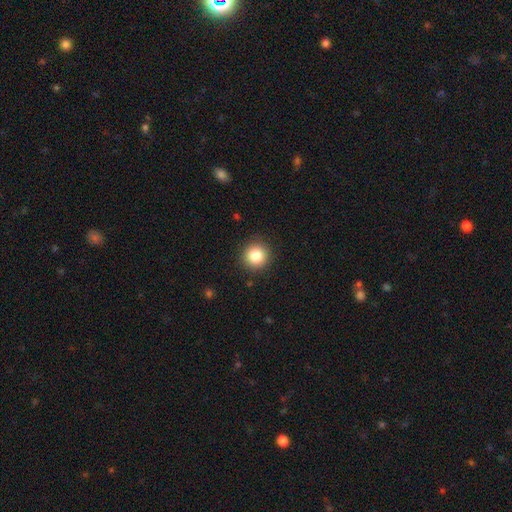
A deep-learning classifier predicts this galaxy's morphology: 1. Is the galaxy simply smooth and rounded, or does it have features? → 84% smooth, 10% star or artifact, 6% featured or disk.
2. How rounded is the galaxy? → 94% round, 5% in between, 1% cigar-shaped.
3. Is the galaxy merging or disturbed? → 91% none, 6% minor disturbance, 2% major disturbance, 1% merger.